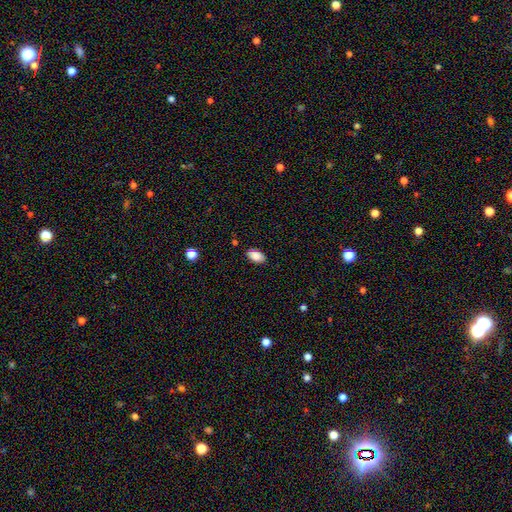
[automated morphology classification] type=smooth (85%); roundness=in between (93%); merging=none (86%).